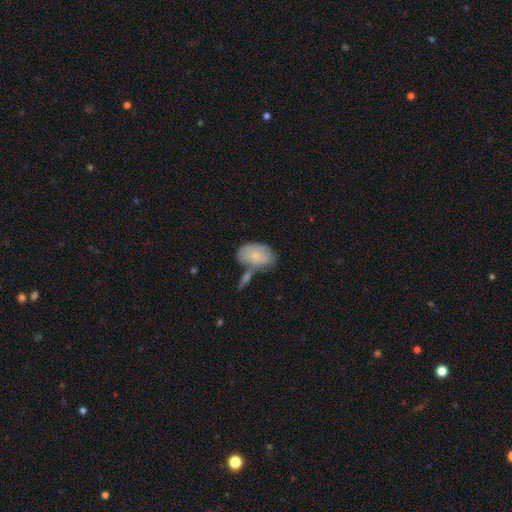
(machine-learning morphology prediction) smooth-or-featured: smooth: 71% | featured or disk: 23% | star or artifact: 6%
  how-rounded: in between: 89% | round: 9% | cigar-shaped: 2%
  merging: none: 40% | merger: 29% | minor disturbance: 22% | major disturbance: 8%